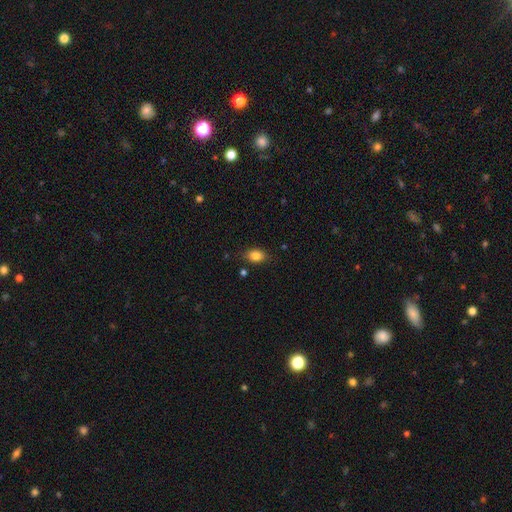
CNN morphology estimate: The model was most divided on "how rounded": in between: 77%, round: 21%, cigar-shaped: 2%. More confident: smooth or featured — smooth (83%); merging — none (81%).